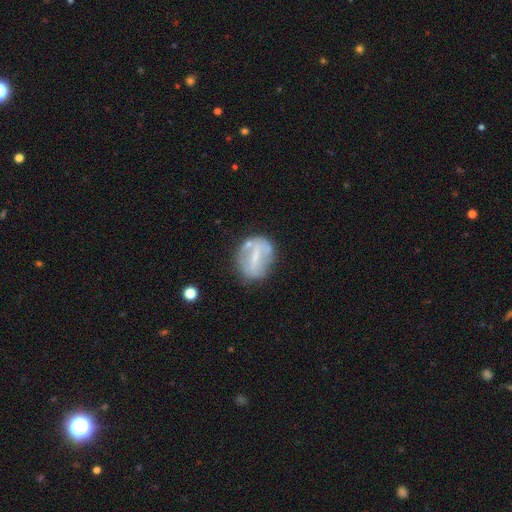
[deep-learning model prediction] Smooth or featured? Predicted: featured or disk (p=0.58). Edge-on disk? Predicted: no (p=0.94). Bar? Predicted: strong (p=0.49). Spiral arms? Predicted: no (p=0.67). Bulge size? Predicted: small (p=0.43). Merging? Predicted: none (p=0.60).